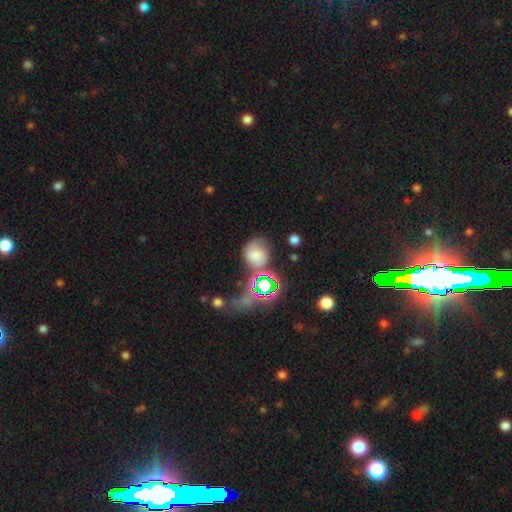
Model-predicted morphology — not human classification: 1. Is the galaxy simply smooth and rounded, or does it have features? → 55% smooth, 24% featured or disk, 21% star or artifact.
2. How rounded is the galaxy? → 67% round, 31% in between, 1% cigar-shaped.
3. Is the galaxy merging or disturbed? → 40% none, 25% minor disturbance, 21% major disturbance, 14% merger.